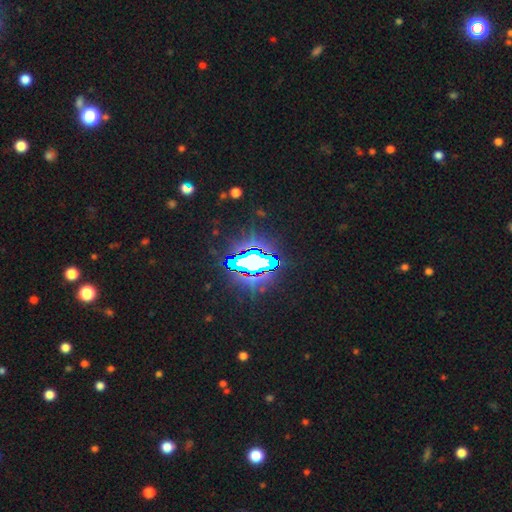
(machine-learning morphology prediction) Q: Smooth or featured?
A: star or artifact (75%); runner-up: featured or disk (13%)